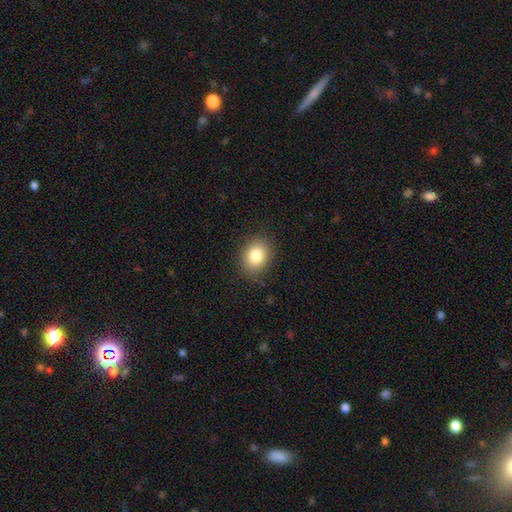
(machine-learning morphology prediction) Overall: smooth (82%). How rounded: round (56%; in between 43%). Merging: none (86%).